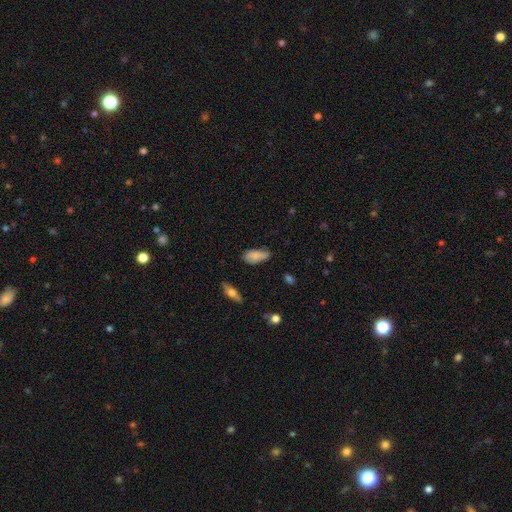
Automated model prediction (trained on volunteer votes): smooth-or-featured: smooth: 80% | featured or disk: 13% | star or artifact: 8%
  how-rounded: in between: 84% | cigar-shaped: 13% | round: 3%
  merging: none: 61% | minor disturbance: 31% | major disturbance: 6% | merger: 2%